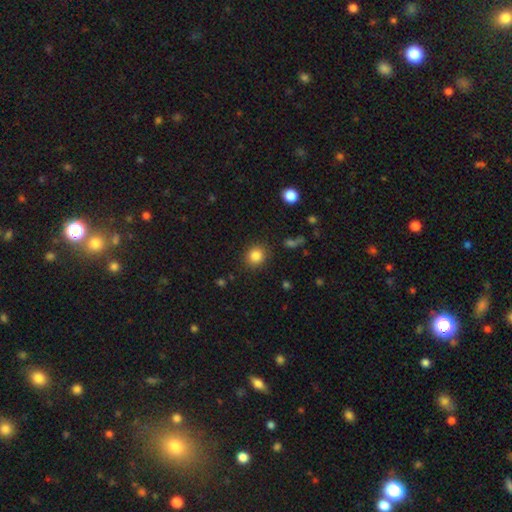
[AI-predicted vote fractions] smooth-or-featured: smooth: 84% | star or artifact: 11% | featured or disk: 5%
  how-rounded: round: 79% | in between: 20% | cigar-shaped: 1%
  merging: none: 87% | minor disturbance: 8% | major disturbance: 3% | merger: 2%